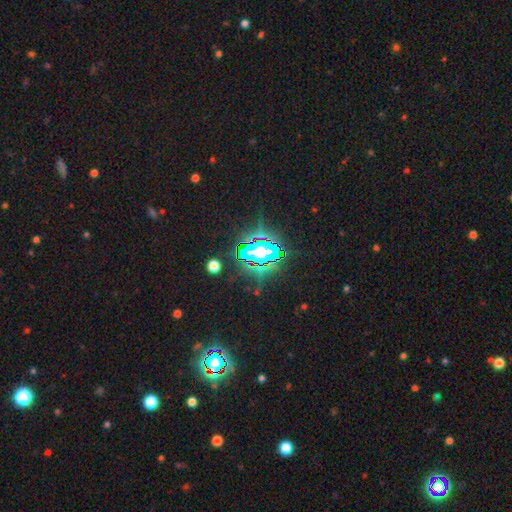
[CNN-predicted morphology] smooth-or-featured: star or artifact: 76% | smooth: 13% | featured or disk: 11%